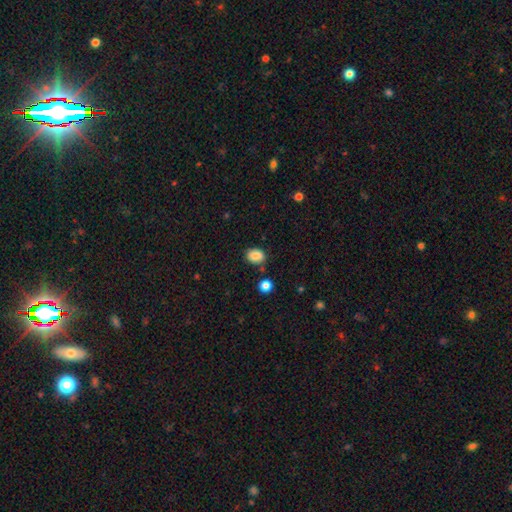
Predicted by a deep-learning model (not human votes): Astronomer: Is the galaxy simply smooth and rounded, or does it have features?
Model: smooth — 86%.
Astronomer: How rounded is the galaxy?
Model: in between — 68%.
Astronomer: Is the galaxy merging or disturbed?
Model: none — 76%.